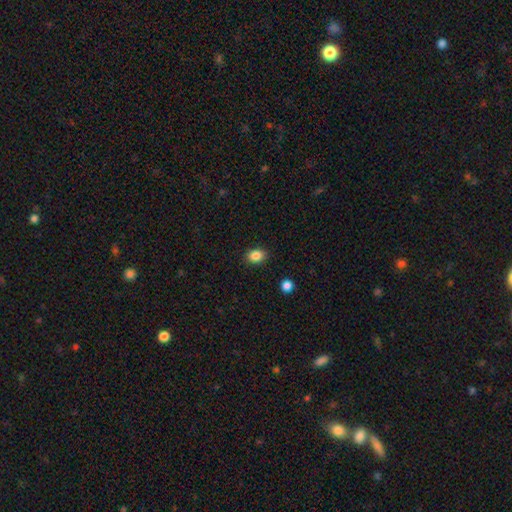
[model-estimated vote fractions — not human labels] smooth 86%, star or artifact 10%, featured or disk 4%. Down the decision tree: how rounded — in between (64%); merging — none (88%).